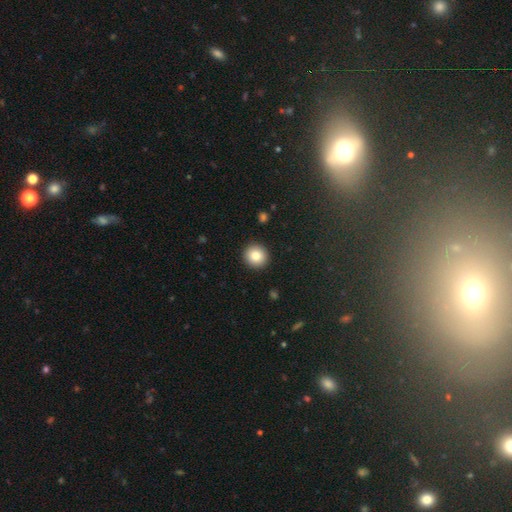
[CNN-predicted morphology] This is clearly a smooth galaxy (83%). How rounded: clearly round (93%). Merging: clearly none (92%).